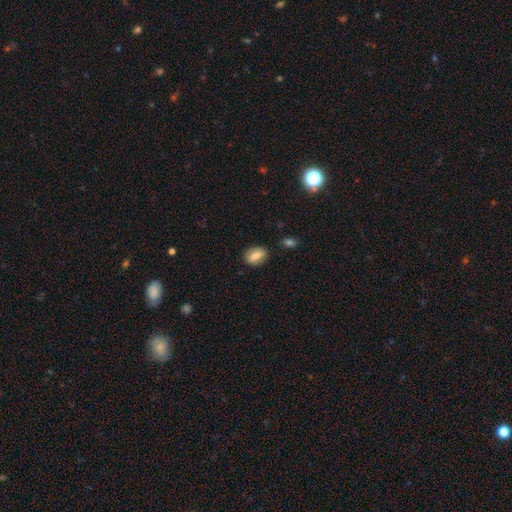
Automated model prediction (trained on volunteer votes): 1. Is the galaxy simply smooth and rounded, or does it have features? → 76% smooth, 16% featured or disk, 8% star or artifact.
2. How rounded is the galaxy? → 78% in between, 19% round, 3% cigar-shaped.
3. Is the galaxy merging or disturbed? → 84% none, 11% minor disturbance, 3% major disturbance, 2% merger.